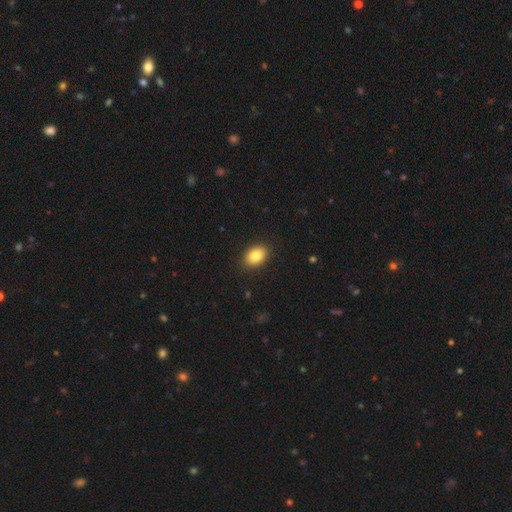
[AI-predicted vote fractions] Morphology: type=smooth (85%); roundness=in between (78%); merging=none (89%).